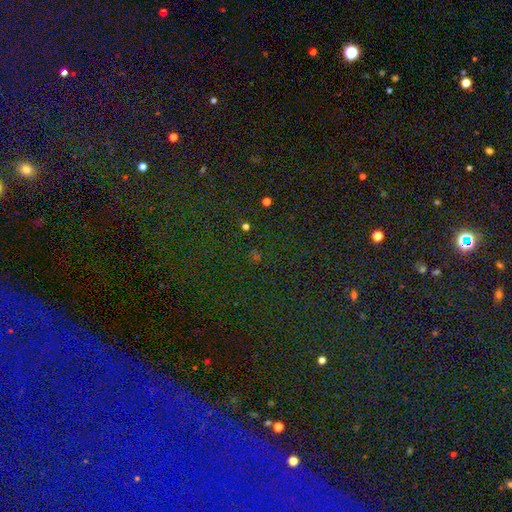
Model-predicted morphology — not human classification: type=star or artifact (78%).